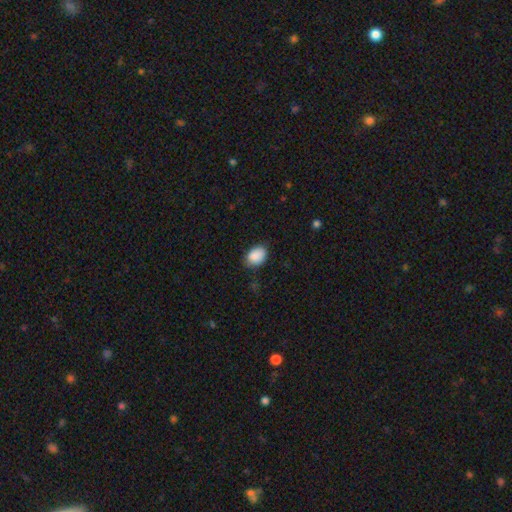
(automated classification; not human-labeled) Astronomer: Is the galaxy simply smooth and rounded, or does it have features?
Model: smooth — 88%.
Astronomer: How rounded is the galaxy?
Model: in between — 76%.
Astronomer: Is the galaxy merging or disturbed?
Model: none — 72%.